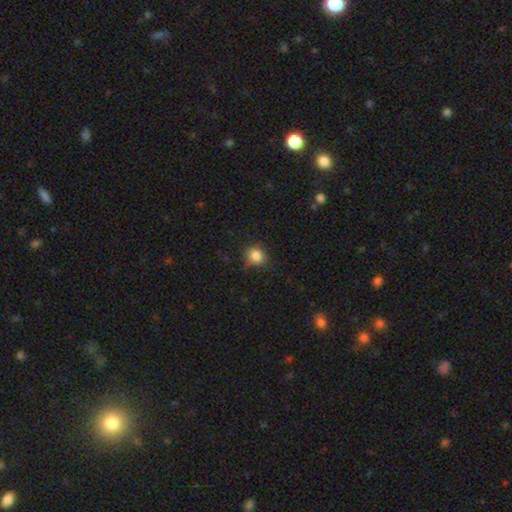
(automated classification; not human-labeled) A smooth galaxy with no disk features (85%) that is round (79%).

Vote fractions:
- Smooth or featured? smooth: 85% / star or artifact: 11% / featured or disk: 5%
- How rounded? round: 79% / in between: 20% / cigar-shaped: 1%
- Merging? none: 79% / minor disturbance: 16% / major disturbance: 3% / merger: 1%